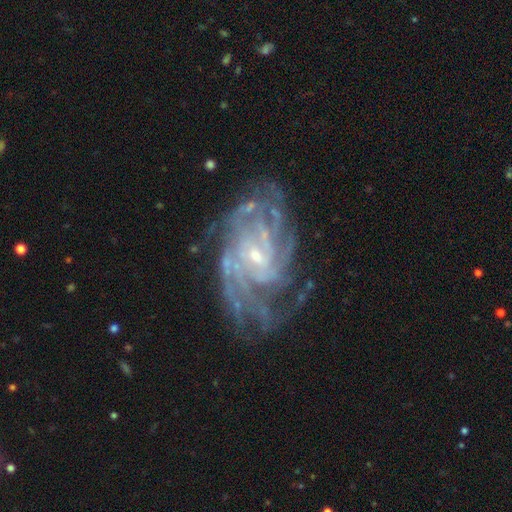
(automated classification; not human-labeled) Smooth or featured: featured or disk — 90% (star or artifact — 6%)
Edge-on disk: no — 97% (yes — 3%)
Bar: weak — 47% (no — 38%)
Spiral arms: yes — 97% (no — 3%)
Spiral winding: tight — 62% (medium — 32%)
Spiral arm count: can't tell — 26% (4 — 25%)
Bulge size: small — 76% (moderate — 19%)
Merging: none — 69% (minor disturbance — 18%)